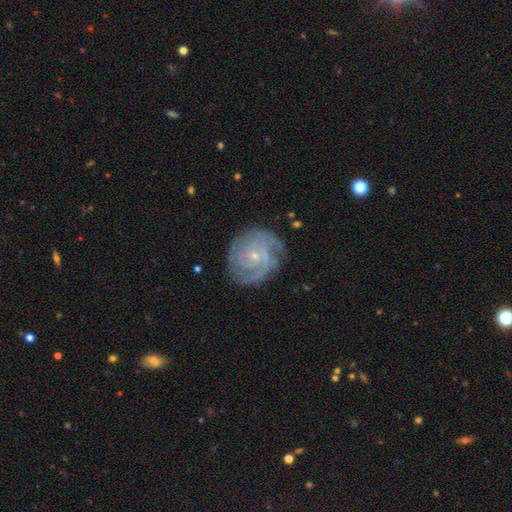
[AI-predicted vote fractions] Morphology: type=featured or disk (85%); edge-on=no (97%); bar=no (68%); spiral arms=yes (96%); winding=tight (71%); arm count=can't tell (26%, tied with 3); bulge=small (80%); merging=none (75%).